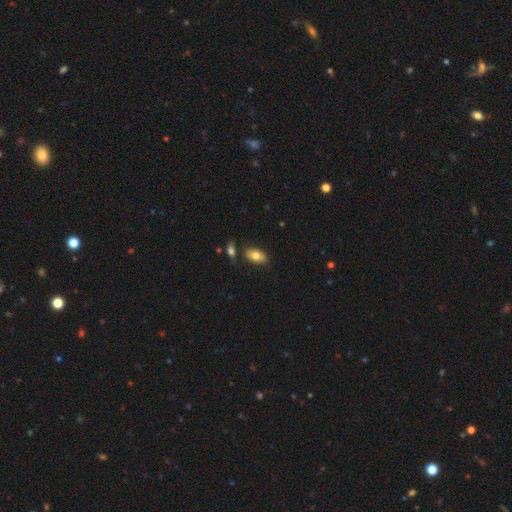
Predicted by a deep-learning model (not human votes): smooth-or-featured: smooth: 80% | featured or disk: 12% | star or artifact: 8%
  how-rounded: in between: 92% | round: 6% | cigar-shaped: 2%
  merging: none: 75% | minor disturbance: 12% | merger: 10% | major disturbance: 3%